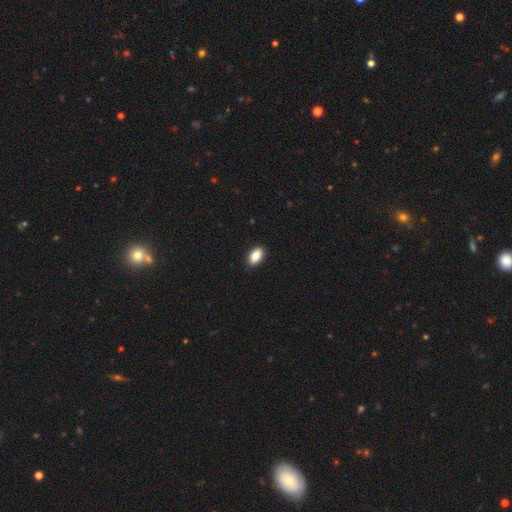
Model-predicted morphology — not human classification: Smooth or featured? smooth (86%)
How rounded? in between (92%)
Merging? none (90%)